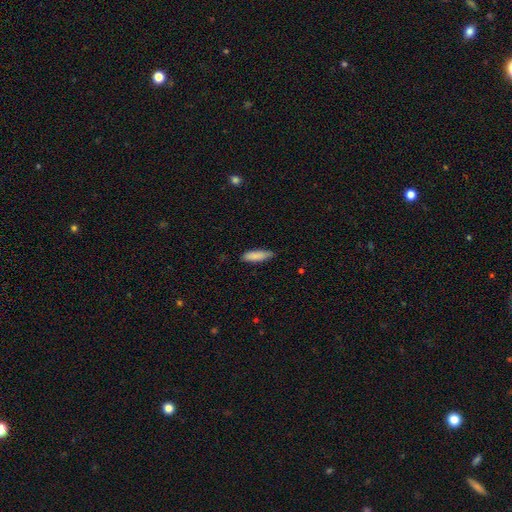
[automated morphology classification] Overall: smooth (86%). How rounded: cigar-shaped (59%; in between 40%). Merging: none (79%).